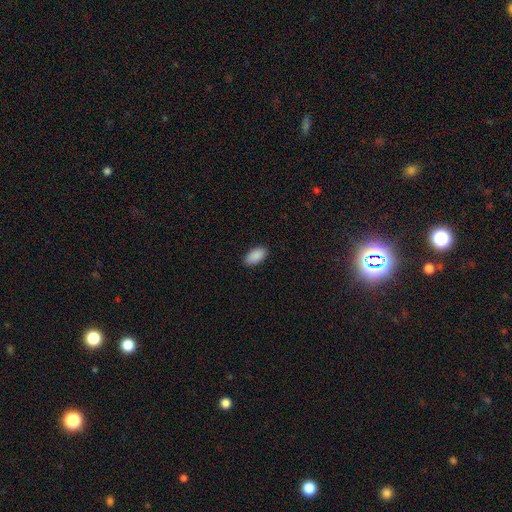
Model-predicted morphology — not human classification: Smooth or featured? Predicted: smooth (p=0.90). How rounded? Predicted: in between (p=0.95). Merging? Predicted: none (p=0.87).